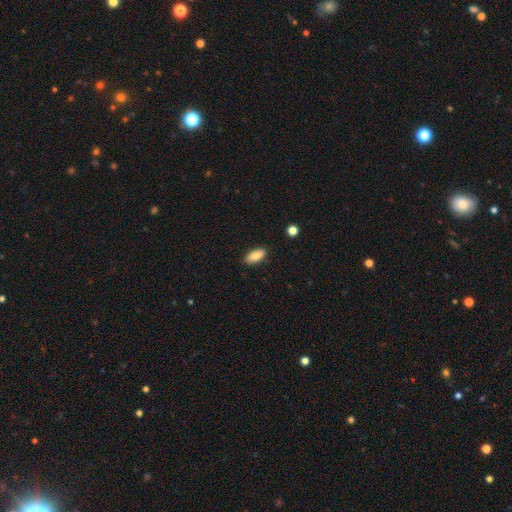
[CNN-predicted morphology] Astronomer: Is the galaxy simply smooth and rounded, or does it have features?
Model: smooth — 85%.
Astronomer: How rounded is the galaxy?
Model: in between — 87%.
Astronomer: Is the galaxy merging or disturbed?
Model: none — 88%.